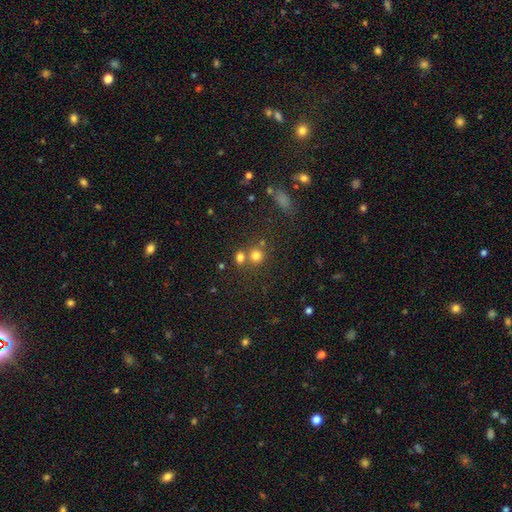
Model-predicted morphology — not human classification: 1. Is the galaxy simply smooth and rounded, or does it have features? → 75% smooth, 16% star or artifact, 9% featured or disk.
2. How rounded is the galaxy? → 84% round, 15% in between, 1% cigar-shaped.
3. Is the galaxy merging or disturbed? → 54% none, 34% merger, 8% minor disturbance, 4% major disturbance.